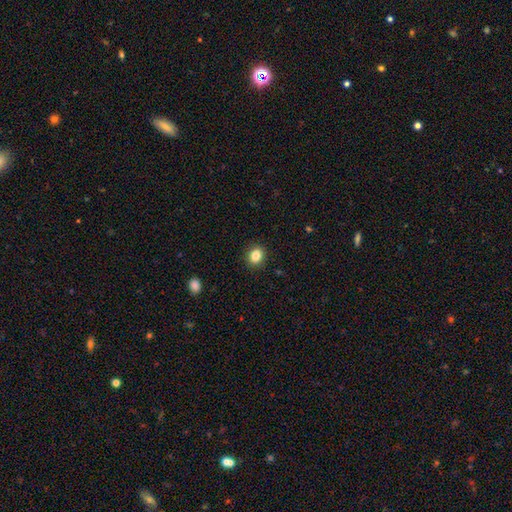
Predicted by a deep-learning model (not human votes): smooth 85%, star or artifact 10%, featured or disk 5%. Down the decision tree: how rounded — round (56%); merging — none (90%).